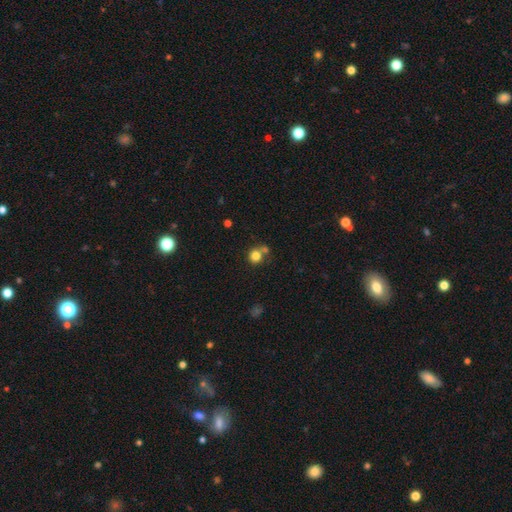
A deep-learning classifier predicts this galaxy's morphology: Smooth or featured? smooth (81%)
How rounded? round (89%)
Merging? none (59%)